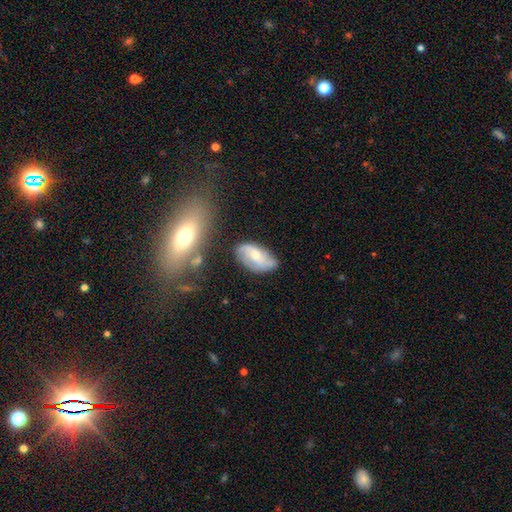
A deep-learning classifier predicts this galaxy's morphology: This appears to be a featured or disk galaxy (61%) with no bar (58%), spiral arms (85%) and a moderate central bulge (46%). Merging: none (60%).